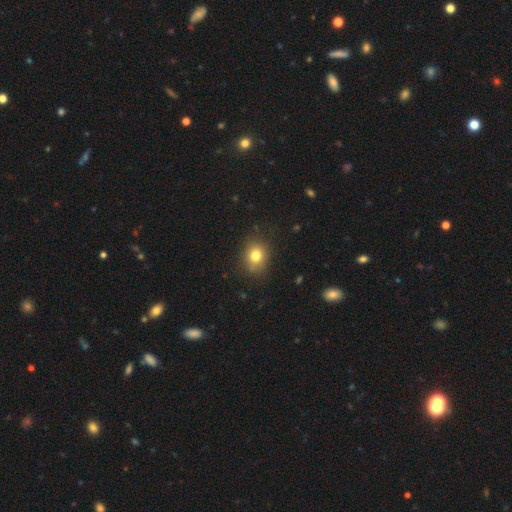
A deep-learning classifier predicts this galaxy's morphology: A smooth galaxy with no disk features (79%) that is round (65%). Merging: none (84%).